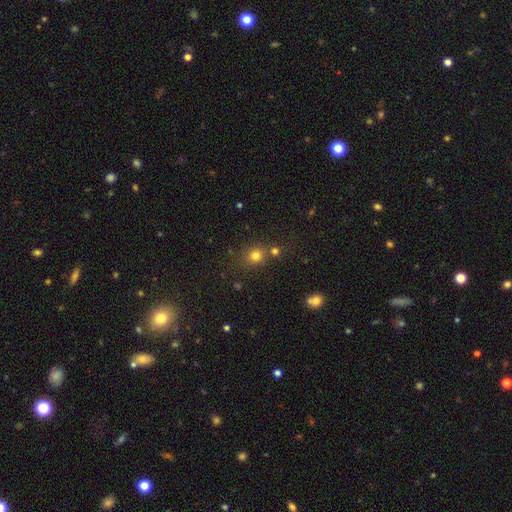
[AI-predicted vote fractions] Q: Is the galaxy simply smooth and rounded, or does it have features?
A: smooth — 75%.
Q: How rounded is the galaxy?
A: round — 83%.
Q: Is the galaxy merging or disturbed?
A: none — 68%.